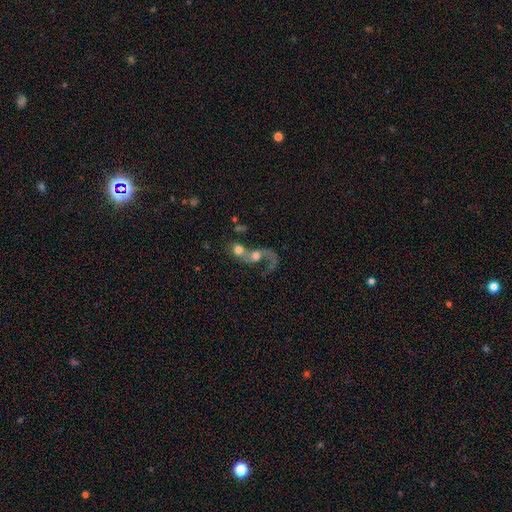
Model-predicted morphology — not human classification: The model was most divided on "smooth or featured": featured or disk: 45%, smooth: 43%, star or artifact: 12%. More confident: merging — merger (76%).